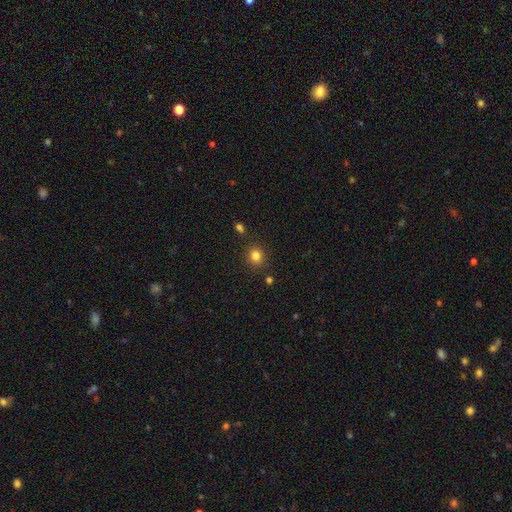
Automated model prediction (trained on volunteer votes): A smooth galaxy with no disk features (81%) that is round (75%).

Vote fractions:
- Smooth or featured? smooth: 81% / star or artifact: 13% / featured or disk: 6%
- How rounded? round: 75% / in between: 24% / cigar-shaped: 1%
- Merging? none: 83% / minor disturbance: 10% / merger: 4% / major disturbance: 3%